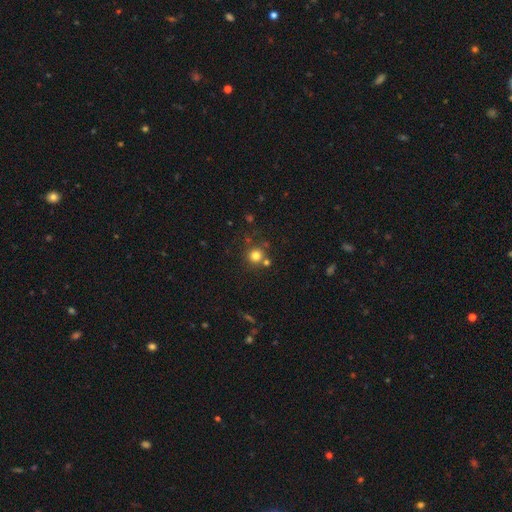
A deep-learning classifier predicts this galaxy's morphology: A smooth galaxy with no disk features (77%) that is round (93%).

Vote fractions:
- Smooth or featured? smooth: 77% / star or artifact: 15% / featured or disk: 8%
- How rounded? round: 93% / in between: 6% / cigar-shaped: 1%
- Merging? none: 74% / merger: 14% / minor disturbance: 9% / major disturbance: 3%